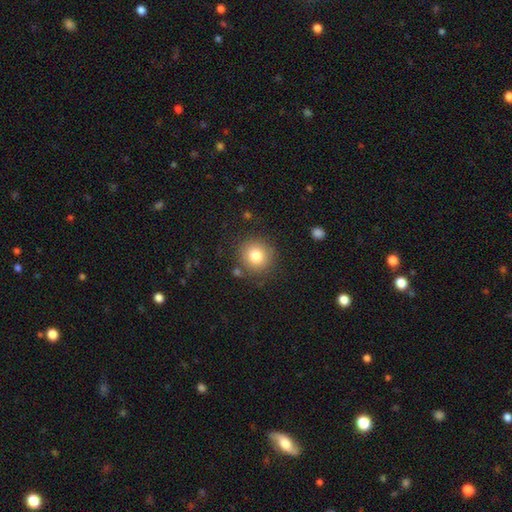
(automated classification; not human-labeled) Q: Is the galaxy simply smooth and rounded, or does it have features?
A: smooth — 80%.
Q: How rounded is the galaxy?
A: round — 91%.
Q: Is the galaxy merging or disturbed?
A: none — 84%.